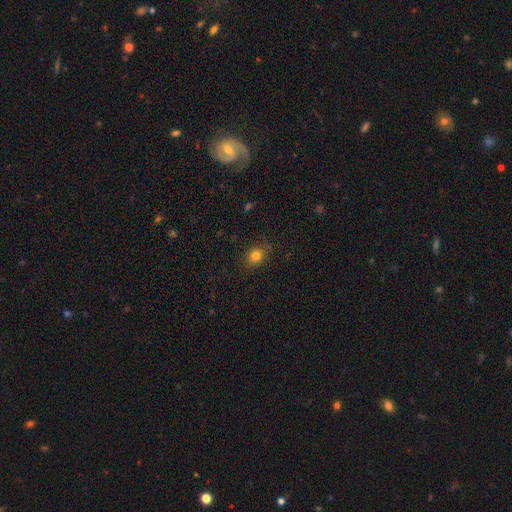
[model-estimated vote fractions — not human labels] The model was most divided on "how rounded": round: 55%, in between: 44%, cigar-shaped: 1%. More confident: merging — none (84%); smooth or featured — smooth (81%).